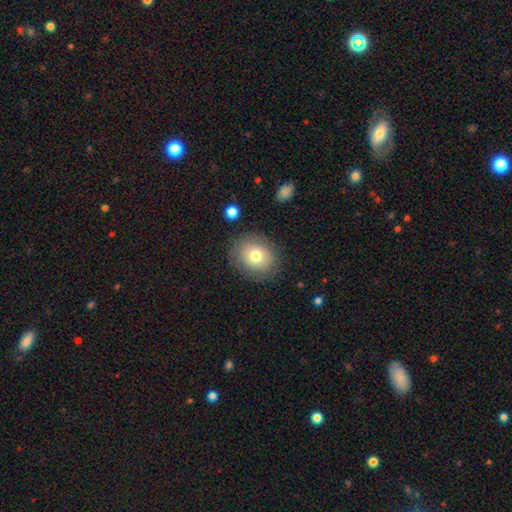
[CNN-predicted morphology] type=smooth (75%); roundness=round (72%); merging=none (83%).